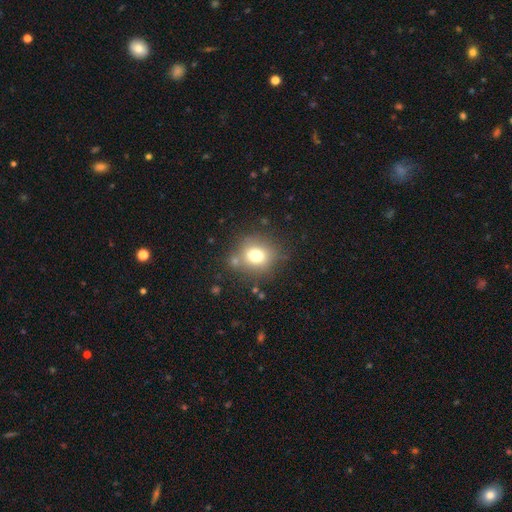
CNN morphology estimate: A smooth galaxy with no disk features (74%) that is round (79%).

Vote fractions:
- Smooth or featured? smooth: 74% / star or artifact: 14% / featured or disk: 12%
- How rounded? round: 79% / in between: 20% / cigar-shaped: 1%
- Merging? none: 76% / minor disturbance: 12% / merger: 7% / major disturbance: 5%